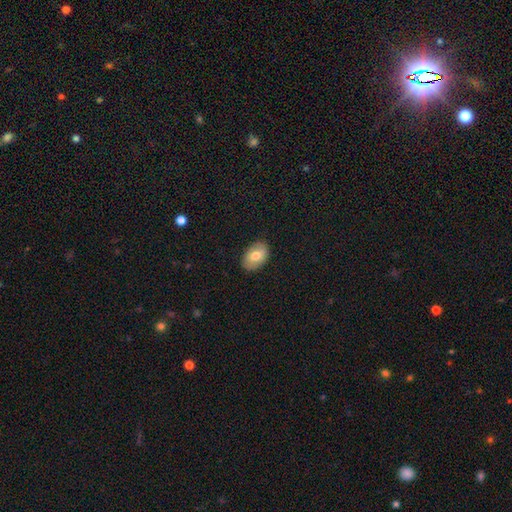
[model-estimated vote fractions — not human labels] Morphology: type=smooth (74%); roundness=in between (89%); merging=none (87%).